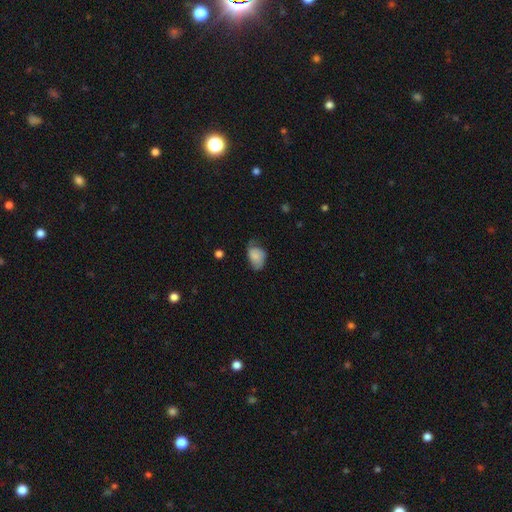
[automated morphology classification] Smooth or featured? smooth (75%)
How rounded? in between (78%)
Merging? none (41%, tied with minor disturbance)